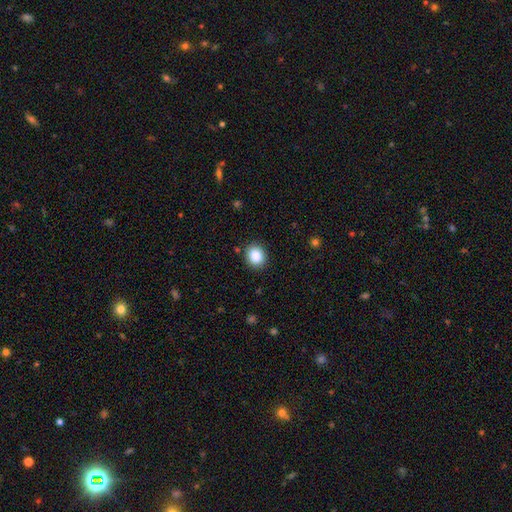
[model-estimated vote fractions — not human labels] This is clearly a smooth galaxy (88%). How rounded: likely round (70%). Merging: clearly none (87%).